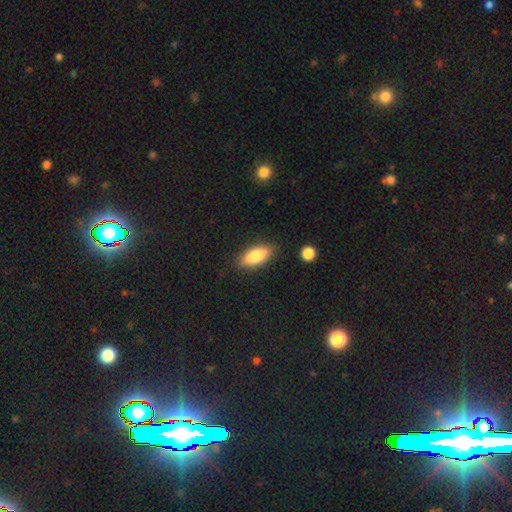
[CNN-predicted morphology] A smooth galaxy with no disk features (78%) that is in between round and cigar-shaped (75%). Merging: none (85%).